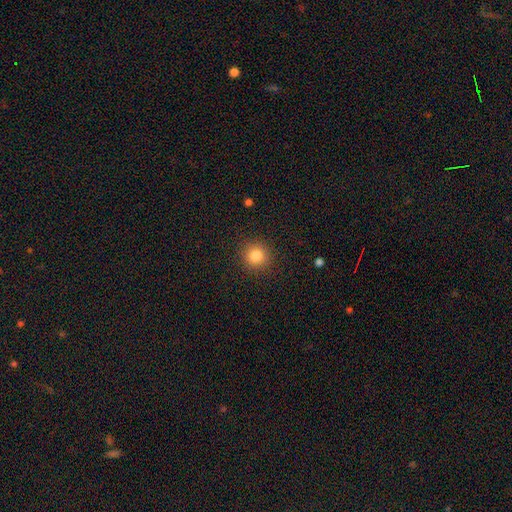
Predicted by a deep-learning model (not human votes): A smooth galaxy with no disk features (82%) that is round (93%). Merging: none (91%).